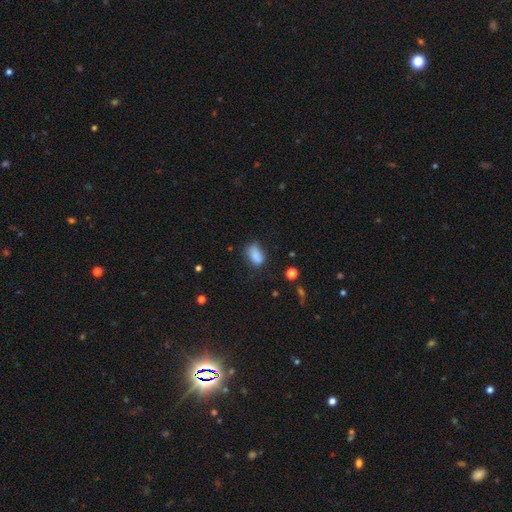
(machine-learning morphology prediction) This is clearly a smooth galaxy (83%). How rounded: clearly in between (86%). Merging: possibly none (55%).